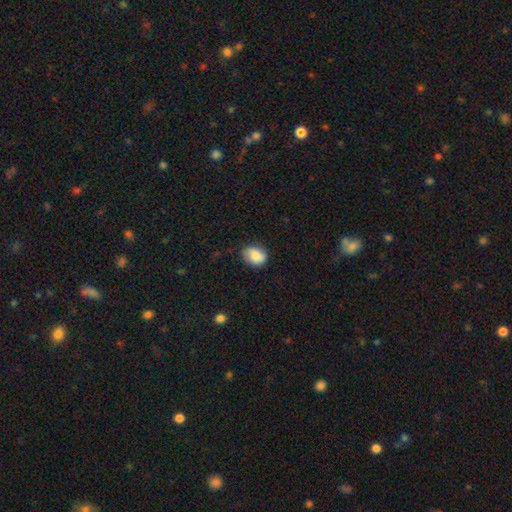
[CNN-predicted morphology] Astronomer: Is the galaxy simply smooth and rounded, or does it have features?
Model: smooth — 74%.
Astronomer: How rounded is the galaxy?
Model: round — 50% (runner-up: in between, 49%).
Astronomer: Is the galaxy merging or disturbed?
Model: none — 75%.